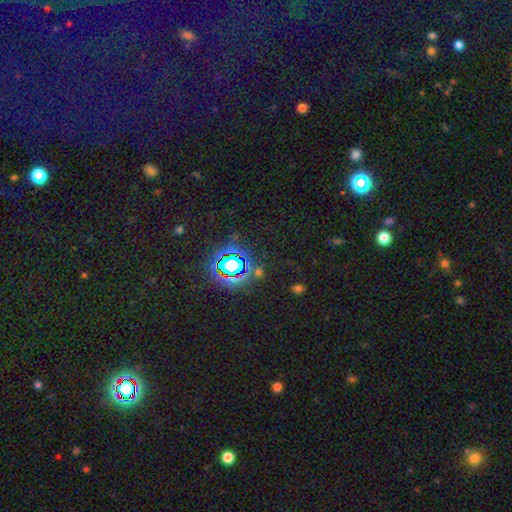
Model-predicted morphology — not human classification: This is likely a star or artifact rather than a galaxy (79%).